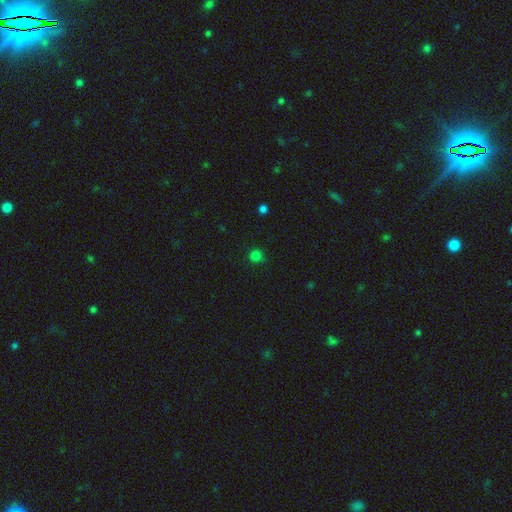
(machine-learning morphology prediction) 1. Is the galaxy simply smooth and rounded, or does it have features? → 78% smooth, 18% star or artifact, 3% featured or disk.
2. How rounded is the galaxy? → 92% round, 7% in between, 1% cigar-shaped.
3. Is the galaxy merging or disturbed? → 85% none, 10% minor disturbance, 3% major disturbance, 2% merger.